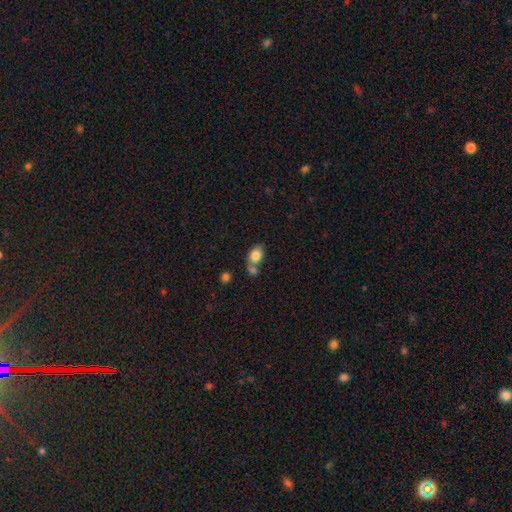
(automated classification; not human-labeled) This appears to be a smooth galaxy with no disk features (82%) that is in between round and cigar-shaped (71%). Merging: none (44%).